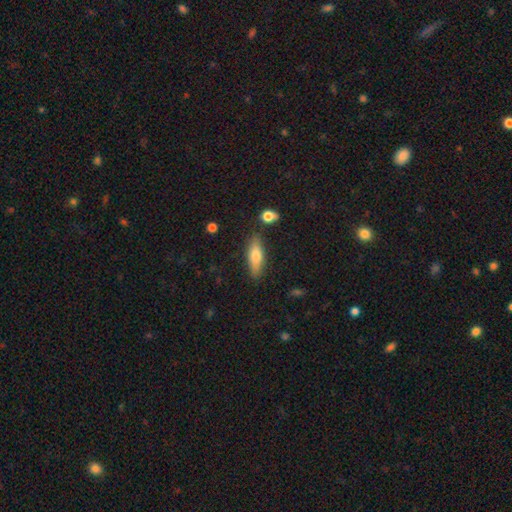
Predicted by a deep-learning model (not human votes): Smooth or featured? Predicted: smooth (p=0.68). How rounded? Predicted: in between (p=0.51). Merging? Predicted: none (p=0.82).